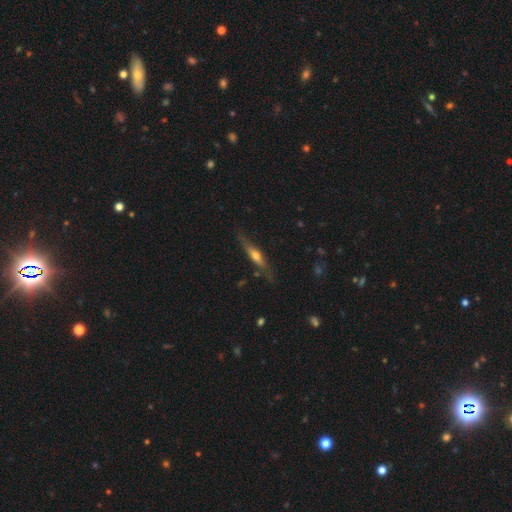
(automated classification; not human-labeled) Morphology: type=featured or disk (57%); edge-on=yes (91%); edge-on bulge=rounded (85%); merging=none (77%).